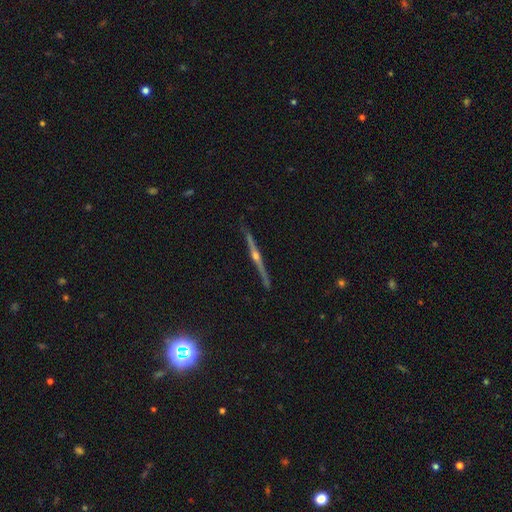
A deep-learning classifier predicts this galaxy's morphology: This appears to be a featured or disk galaxy (86%) viewed edge-on (98%) with a rounded central bulge (91%). Merging: none (91%).